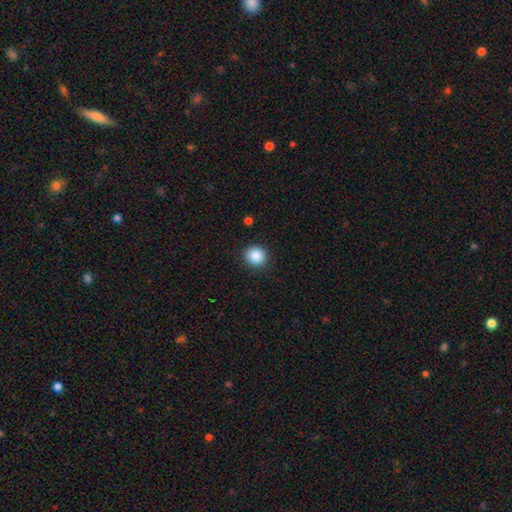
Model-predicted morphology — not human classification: Q: Smooth or featured?
A: smooth (87%); runner-up: star or artifact (9%)
Q: How rounded?
A: round (88%); runner-up: in between (11%)
Q: Merging?
A: none (90%); runner-up: minor disturbance (7%)